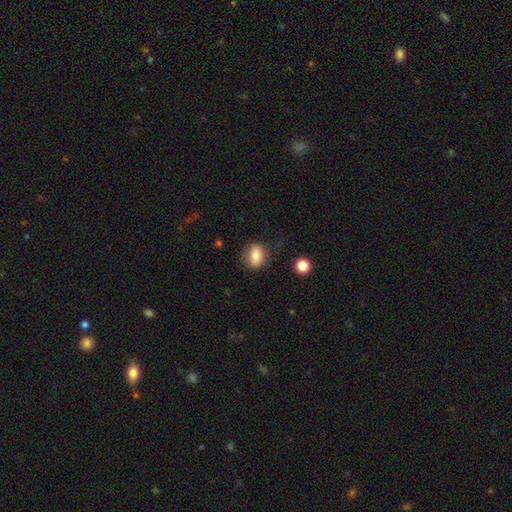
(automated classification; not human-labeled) A smooth galaxy with no disk features (82%) that is in between round and cigar-shaped (64%). Merging: none (79%).